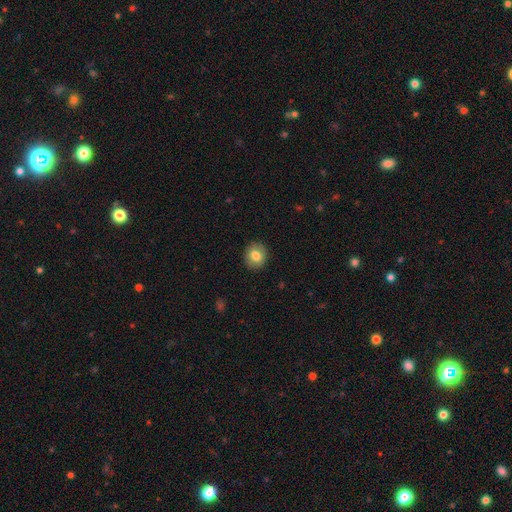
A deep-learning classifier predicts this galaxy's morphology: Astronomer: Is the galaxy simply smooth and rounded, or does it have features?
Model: smooth — 80%.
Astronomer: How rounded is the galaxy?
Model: round — 76%.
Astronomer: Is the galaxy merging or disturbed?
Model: none — 89%.